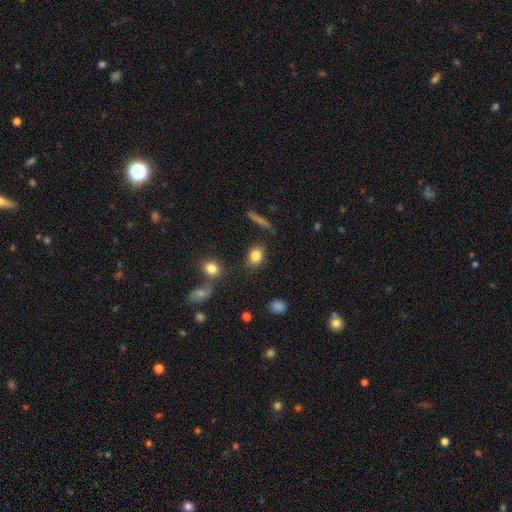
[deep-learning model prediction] This is clearly a smooth galaxy (84%). How rounded: possibly in between (59%). Merging: likely none (78%).